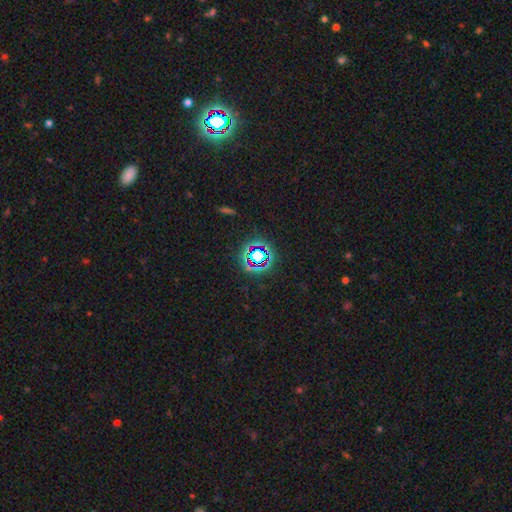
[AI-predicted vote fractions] This appears to be a star or artifact, not a galaxy (72%).